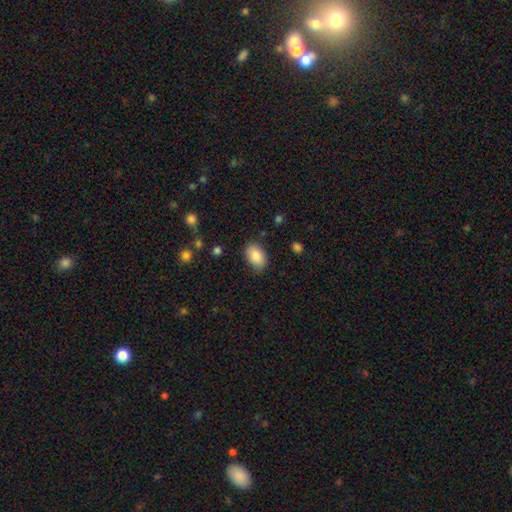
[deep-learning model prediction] This is clearly a smooth galaxy (86%). How rounded: clearly in between (89%). Merging: clearly none (83%).